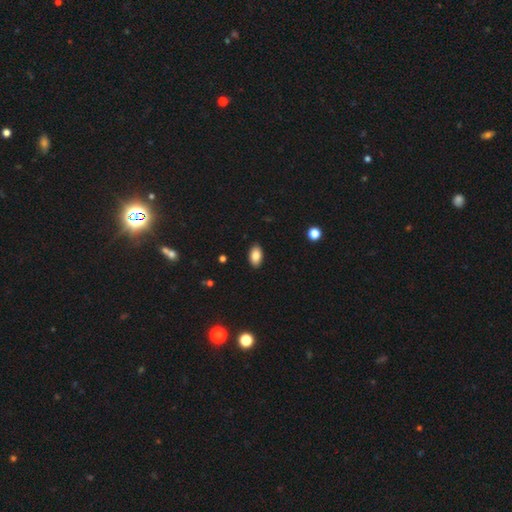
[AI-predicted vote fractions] smooth 85%, star or artifact 8%, featured or disk 7%. Down the decision tree: how rounded — in between (93%); merging — none (89%).